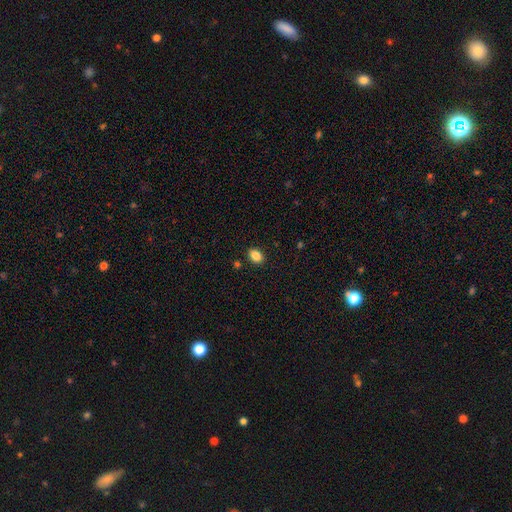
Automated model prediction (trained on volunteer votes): Smooth or featured: smooth — 87% (star or artifact — 9%)
How rounded: in between — 73% (round — 26%)
Merging: none — 89% (minor disturbance — 7%)